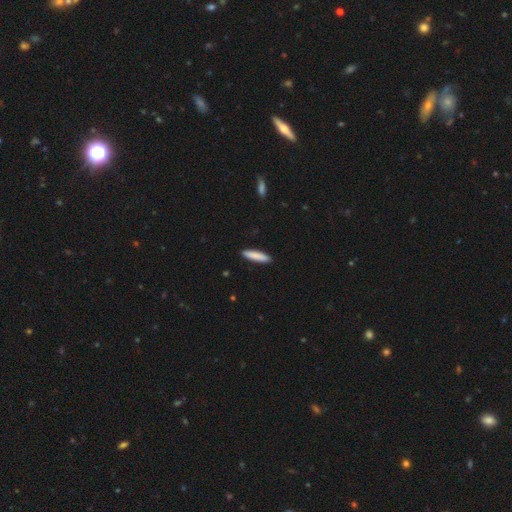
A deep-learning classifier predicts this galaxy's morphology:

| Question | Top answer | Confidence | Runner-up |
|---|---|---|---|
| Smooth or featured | smooth | 87% | featured or disk (8%) |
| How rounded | cigar-shaped | 82% | in between (17%) |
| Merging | none | 91% | minor disturbance (6%) |